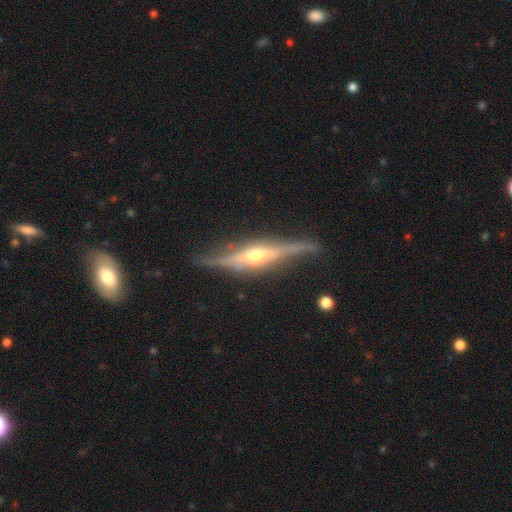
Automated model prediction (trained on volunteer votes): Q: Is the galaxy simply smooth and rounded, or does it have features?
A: featured or disk — 84%.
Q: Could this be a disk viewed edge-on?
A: yes — 94%.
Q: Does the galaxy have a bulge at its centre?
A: rounded — 86%.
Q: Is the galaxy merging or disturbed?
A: none — 75%.